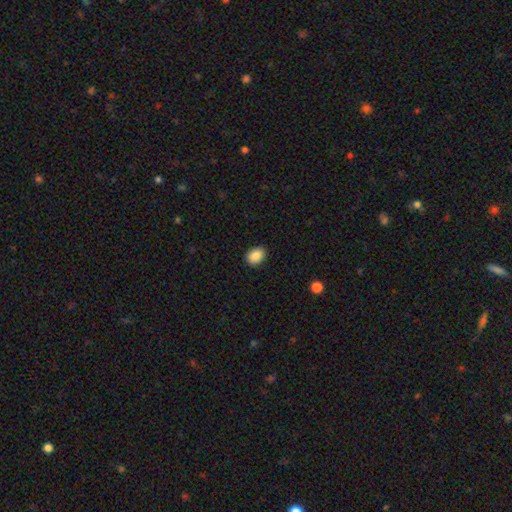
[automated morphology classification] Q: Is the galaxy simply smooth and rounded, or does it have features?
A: smooth — 88%.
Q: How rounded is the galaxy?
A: in between — 72%.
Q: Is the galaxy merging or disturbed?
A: none — 89%.